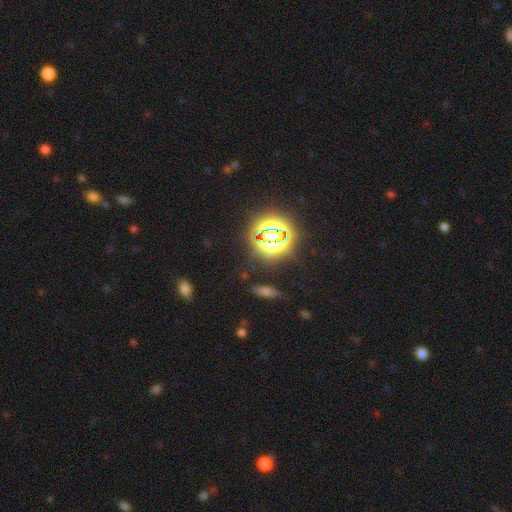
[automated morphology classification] The model was most divided on "smooth or featured": star or artifact: 80%, smooth: 14%, featured or disk: 6%.